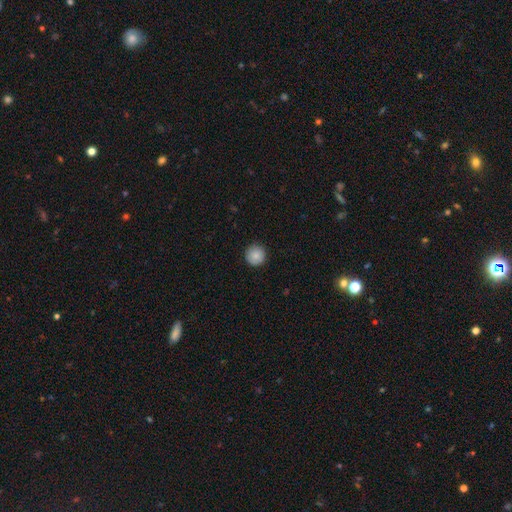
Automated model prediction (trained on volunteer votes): Morphology: type=smooth (85%); roundness=round (95%); merging=none (90%).